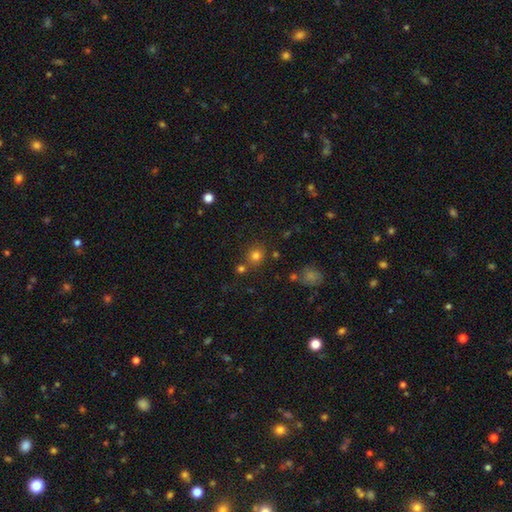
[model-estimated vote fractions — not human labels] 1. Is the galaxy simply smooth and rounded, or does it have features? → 77% smooth, 16% star or artifact, 6% featured or disk.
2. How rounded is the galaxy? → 84% round, 15% in between, 1% cigar-shaped.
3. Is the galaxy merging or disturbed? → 74% none, 13% merger, 10% minor disturbance, 3% major disturbance.